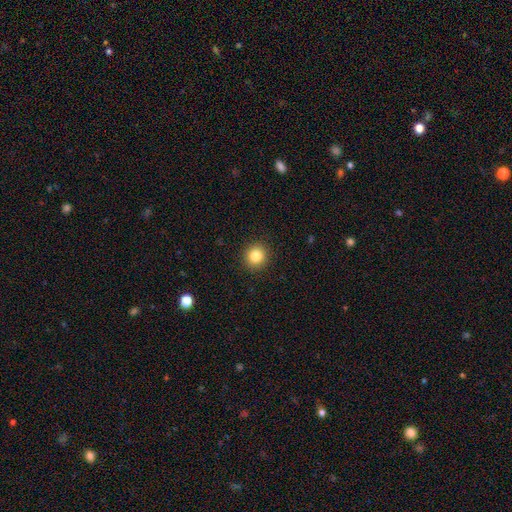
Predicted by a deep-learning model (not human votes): Smooth or featured? Predicted: smooth (p=0.84). How rounded? Predicted: round (p=0.92). Merging? Predicted: none (p=0.92).